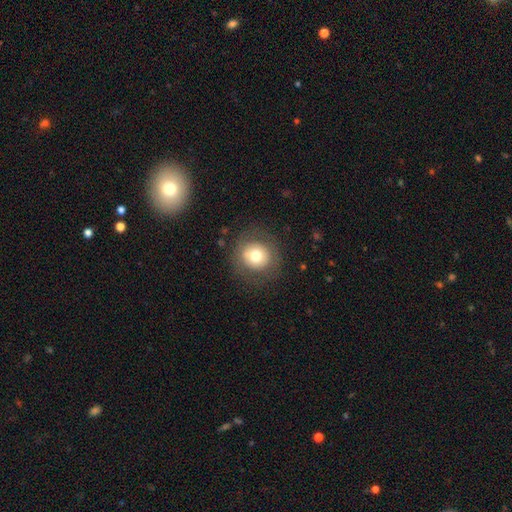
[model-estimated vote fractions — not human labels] A smooth galaxy with no disk features (68%) that is round (91%).

Vote fractions:
- Smooth or featured? smooth: 68% / featured or disk: 21% / star or artifact: 10%
- How rounded? round: 91% / in between: 8% / cigar-shaped: 1%
- Merging? none: 83% / minor disturbance: 10% / major disturbance: 6% / merger: 1%